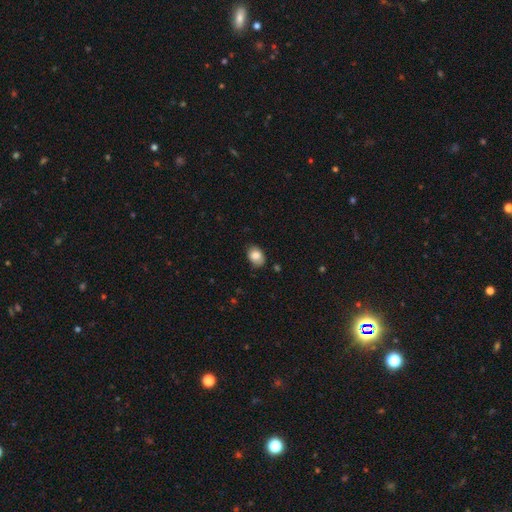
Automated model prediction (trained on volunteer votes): smooth_or_featured: smooth (p=0.85) [alt: star or artifact p=0.08]
how_rounded: in between (p=0.75) [alt: round p=0.24]
merging: none (p=0.78) [alt: minor disturbance p=0.17]